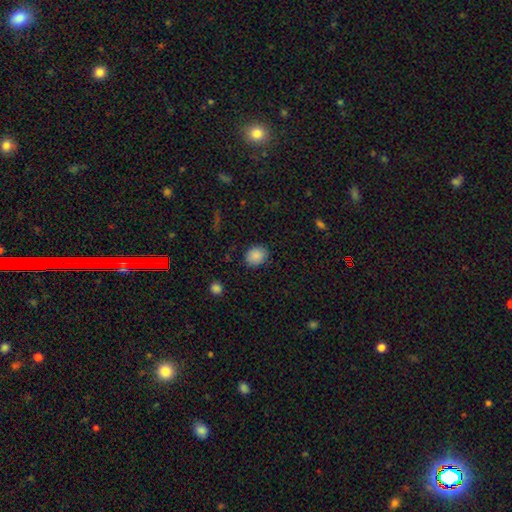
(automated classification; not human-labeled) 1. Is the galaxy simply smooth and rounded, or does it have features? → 87% smooth, 9% star or artifact, 4% featured or disk.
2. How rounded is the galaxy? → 59% round, 40% in between, 1% cigar-shaped.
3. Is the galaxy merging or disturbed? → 84% none, 11% minor disturbance, 3% major disturbance, 1% merger.